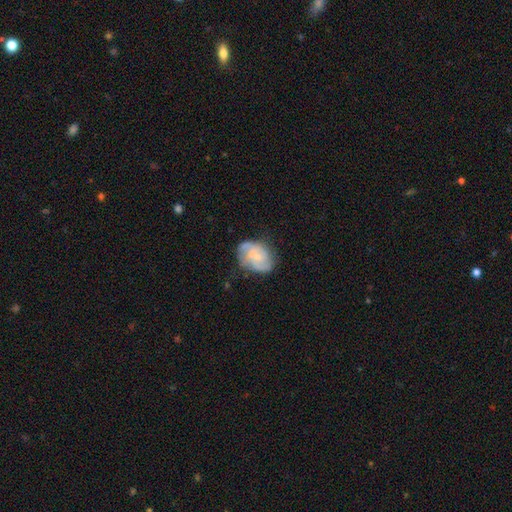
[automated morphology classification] Smooth or featured?
  - featured or disk: 69% *
  - smooth: 25%
  - star or artifact: 6%
Edge-on disk?
  - no: 98% *
  - yes: 2%
Bar?
  - no: 73% *
  - weak: 24%
  - strong: 4%
Spiral arms?
  - yes: 84% *
  - no: 16%
Spiral winding?
  - medium: 44% *
  - tight: 39%
  - loose: 18%
Spiral arm count?
  - 2: 49% *
  - can't tell: 23%
  - 3: 17%
  - 4: 4%
  - 1: 4%
  - more than 4: 3%
Bulge size?
  - small: 63% *
  - moderate: 30%
  - none: 4%
  - large: 1%
  - dominant: 1%
Merging?
  - none: 59% *
  - minor disturbance: 26%
  - major disturbance: 10%
  - merger: 5%